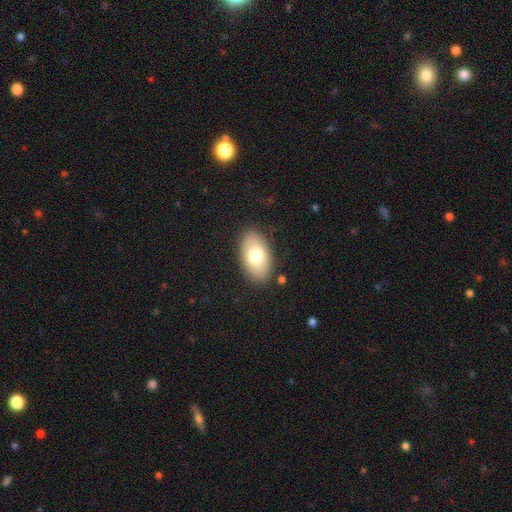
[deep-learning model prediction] smooth_or_featured: smooth (p=0.74) [alt: featured or disk p=0.19]
how_rounded: in between (p=0.93) [alt: round p=0.05]
merging: none (p=0.86) [alt: minor disturbance p=0.10]